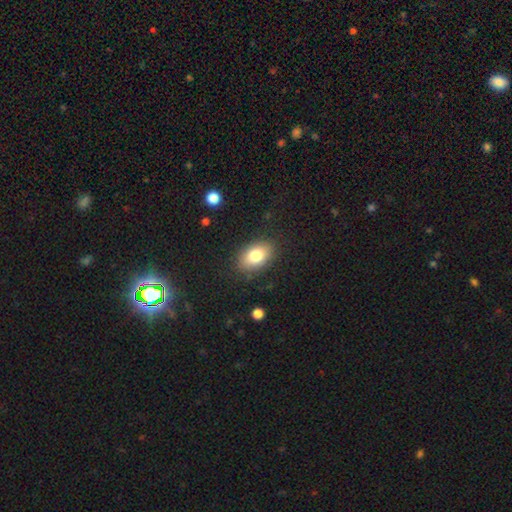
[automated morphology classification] Smooth or featured: smooth — 79% (featured or disk — 12%)
How rounded: in between — 88% (round — 10%)
Merging: none — 85% (minor disturbance — 11%)